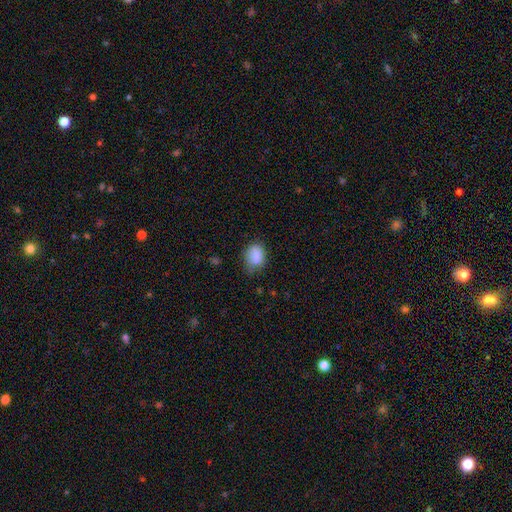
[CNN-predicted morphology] Smooth or featured? smooth (86%)
How rounded? in between (69%)
Merging? none (64%)